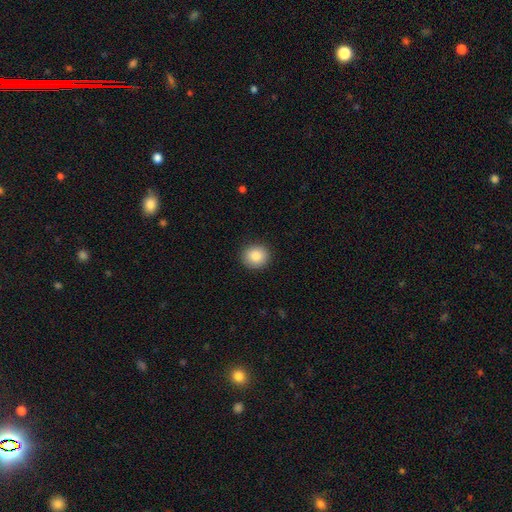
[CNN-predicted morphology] smooth 86%, star or artifact 8%, featured or disk 6%. Down the decision tree: how rounded — round (87%); merging — none (90%).